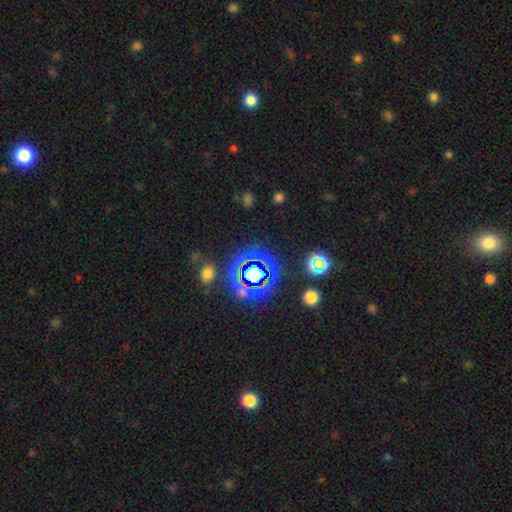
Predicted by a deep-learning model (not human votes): Smooth or featured: star or artifact — 73% (smooth — 19%)